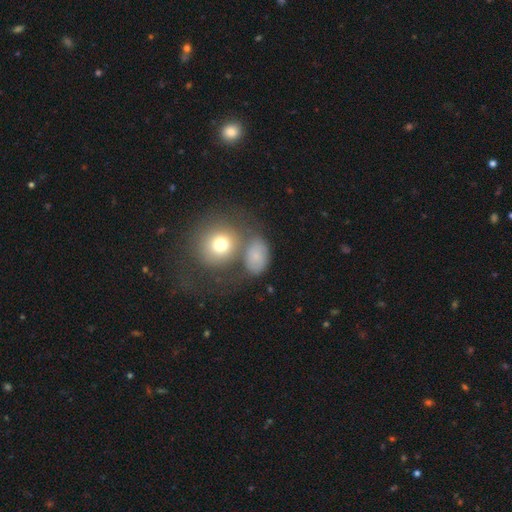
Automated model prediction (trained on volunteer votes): smooth-or-featured: smooth: 66% | featured or disk: 22% | star or artifact: 12%
  how-rounded: in between: 55% | round: 43% | cigar-shaped: 2%
  merging: none: 44% | merger: 27% | minor disturbance: 18% | major disturbance: 11%